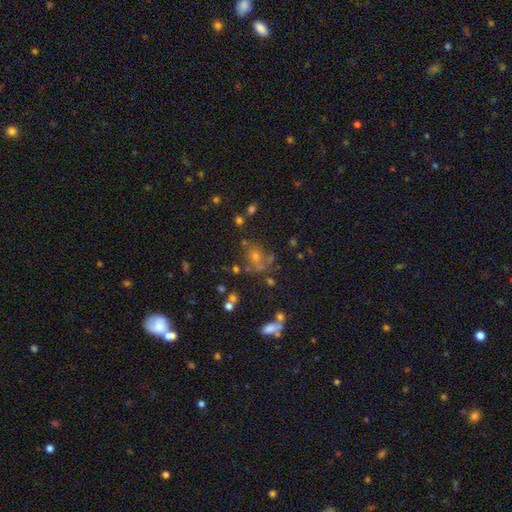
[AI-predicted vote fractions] Morphology: type=smooth (38%, tied with star or artifact); merging=none (53%).